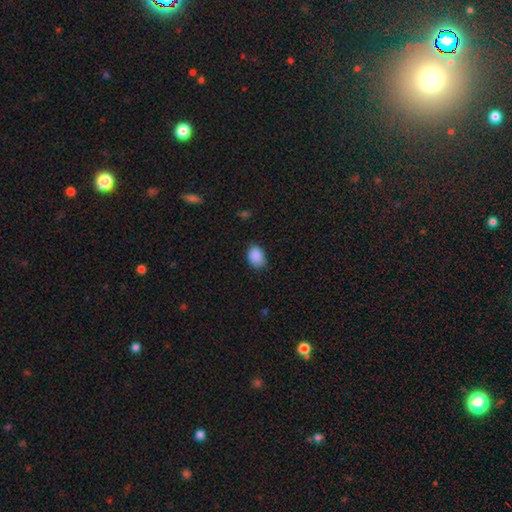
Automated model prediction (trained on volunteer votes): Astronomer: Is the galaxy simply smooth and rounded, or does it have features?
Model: smooth — 89%.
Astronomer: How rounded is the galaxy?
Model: in between — 75%.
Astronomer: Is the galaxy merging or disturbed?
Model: none — 77%.